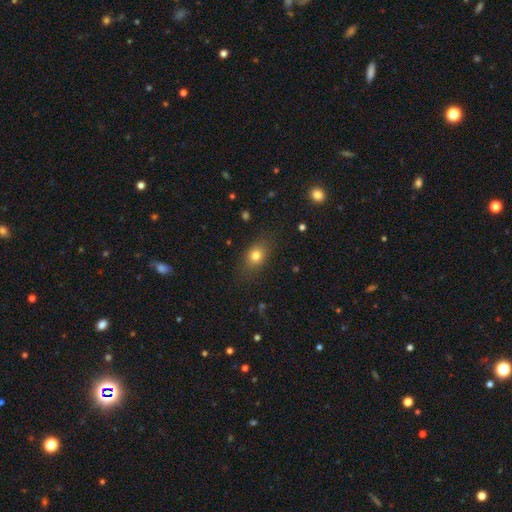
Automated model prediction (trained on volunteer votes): Morphology: type=smooth (78%); roundness=in between (62%); merging=none (81%).